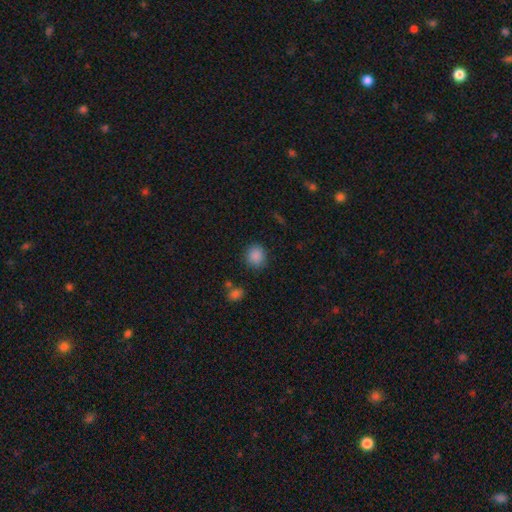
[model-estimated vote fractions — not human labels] Smooth or featured? Predicted: smooth (p=0.87). How rounded? Predicted: round (p=0.82). Merging? Predicted: none (p=0.85).